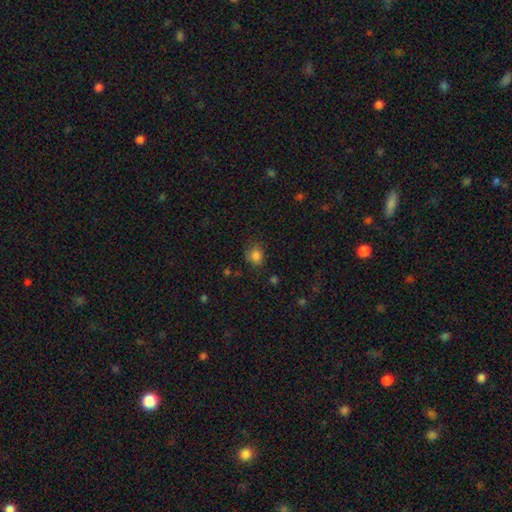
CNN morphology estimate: This appears to be a smooth galaxy with no disk features (81%) that is round (53%). Merging: none (67%).